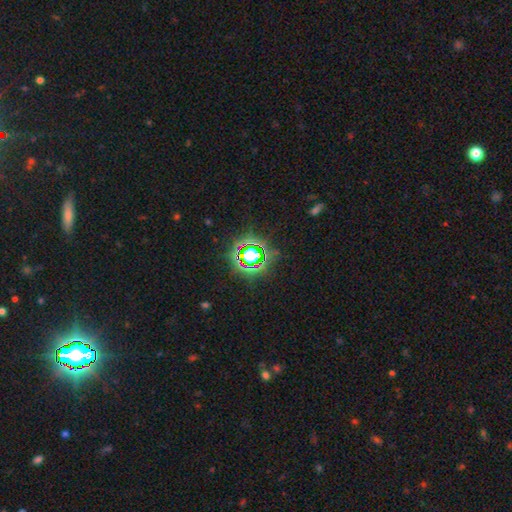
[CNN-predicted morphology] type=star or artifact (77%).